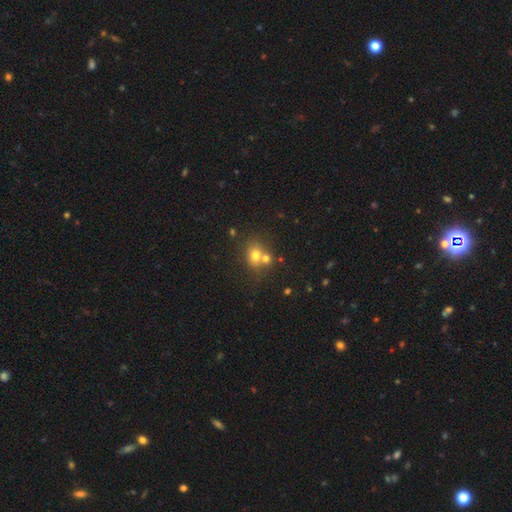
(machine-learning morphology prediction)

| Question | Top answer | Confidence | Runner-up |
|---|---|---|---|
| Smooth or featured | smooth | 71% | featured or disk (16%) |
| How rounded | round | 57% | in between (42%) |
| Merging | merger | 43% | none (42%) |